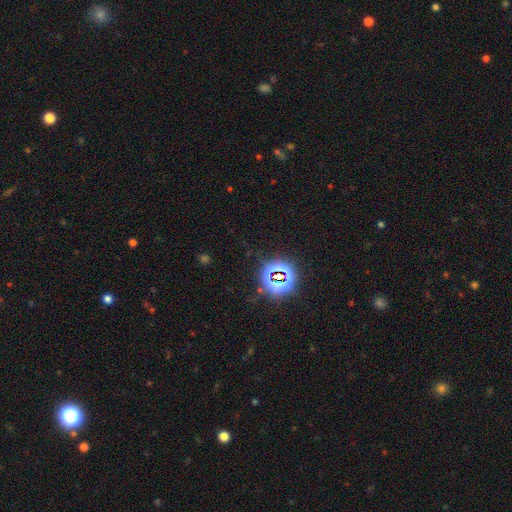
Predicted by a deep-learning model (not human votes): smooth-or-featured: star or artifact: 78% | smooth: 14% | featured or disk: 8%